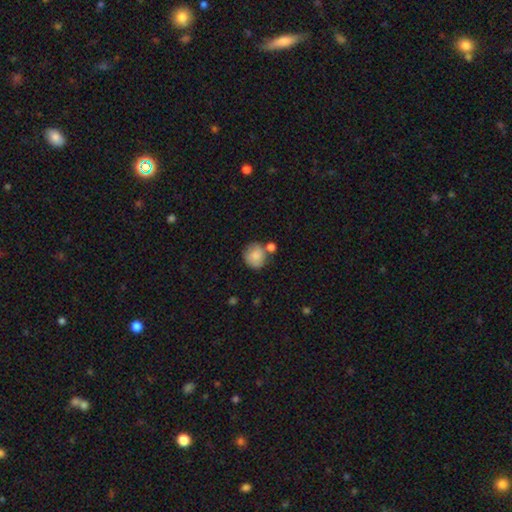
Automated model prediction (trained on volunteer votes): Overall: smooth (83%). How rounded: round (85%). Merging: none (61%).